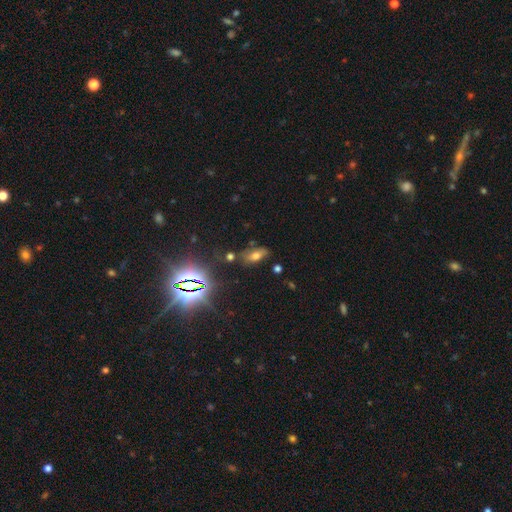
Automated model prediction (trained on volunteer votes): This appears to be a smooth galaxy with no disk features (56%) that is in between round and cigar-shaped (82%). Merging: none (70%).